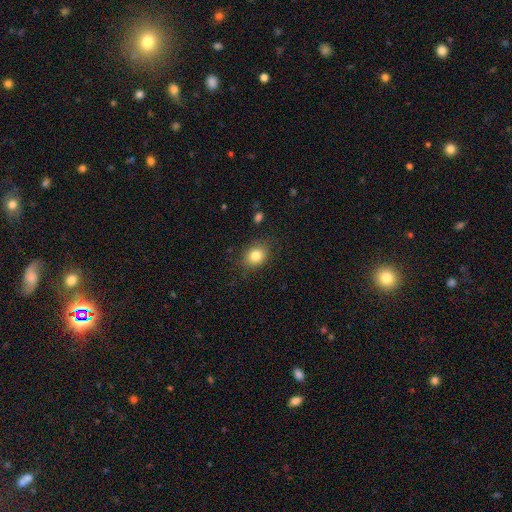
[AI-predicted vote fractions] smooth 83%, star or artifact 10%, featured or disk 7%. Down the decision tree: how rounded — round (52%); merging — none (83%).